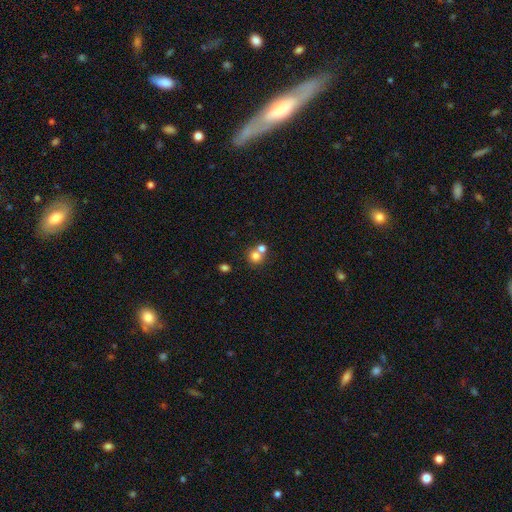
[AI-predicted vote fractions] Q: Smooth or featured?
A: smooth (76%); runner-up: star or artifact (13%)
Q: How rounded?
A: round (85%); runner-up: in between (14%)
Q: Merging?
A: none (49%); runner-up: merger (42%)